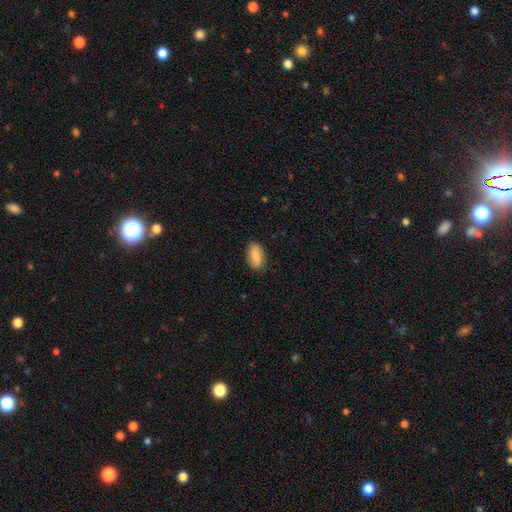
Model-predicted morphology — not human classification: smooth_or_featured: smooth (p=0.80) [alt: featured or disk p=0.13]
how_rounded: in between (p=0.92) [alt: round p=0.04]
merging: none (p=0.85) [alt: minor disturbance p=0.11]